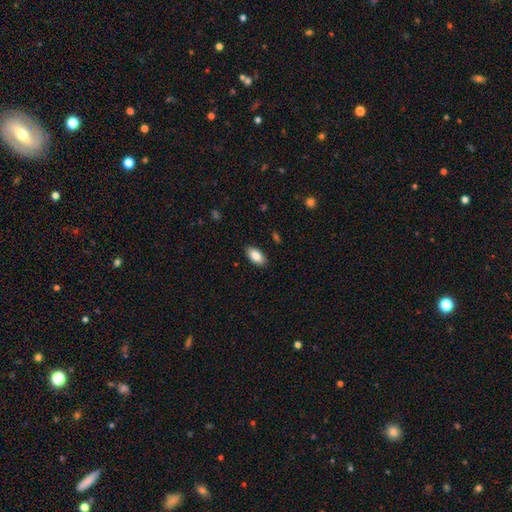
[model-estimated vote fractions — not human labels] Smooth or featured? Predicted: smooth (p=0.86). How rounded? Predicted: in between (p=0.93). Merging? Predicted: none (p=0.88).